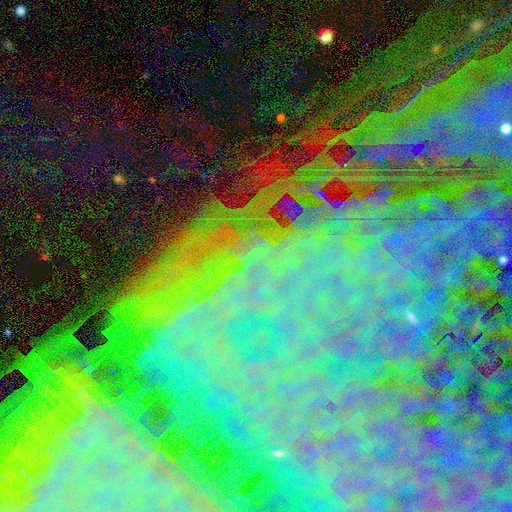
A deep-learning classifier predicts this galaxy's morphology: Smooth or featured? star or artifact (74%)